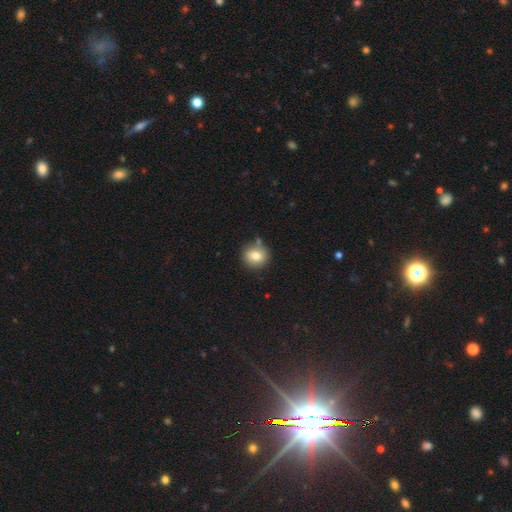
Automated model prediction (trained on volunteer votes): Morphology: type=smooth (79%); roundness=round (89%); merging=none (79%).